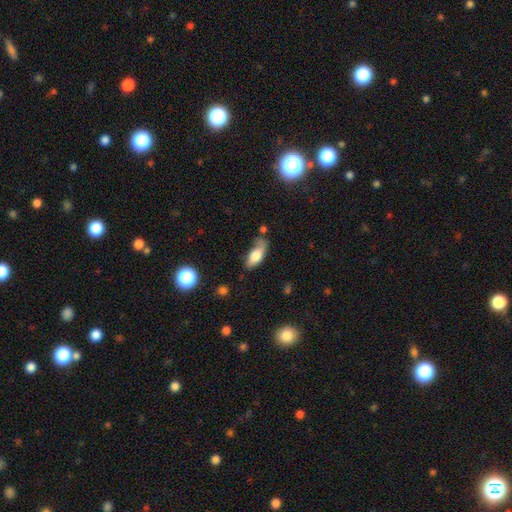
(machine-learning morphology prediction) This appears to be a smooth galaxy with no disk features (75%) that is in between round and cigar-shaped (83%). Merging: none (46%).